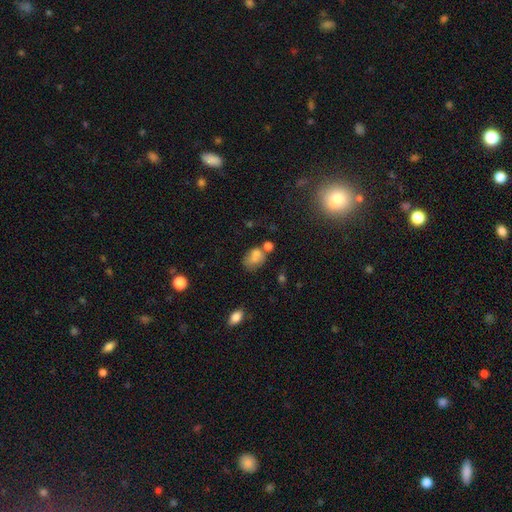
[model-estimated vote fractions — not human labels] smooth-or-featured: smooth: 69% | featured or disk: 18% | star or artifact: 13%
  how-rounded: in between: 68% | round: 30% | cigar-shaped: 1%
  merging: none: 34% | merger: 29% | minor disturbance: 23% | major disturbance: 14%